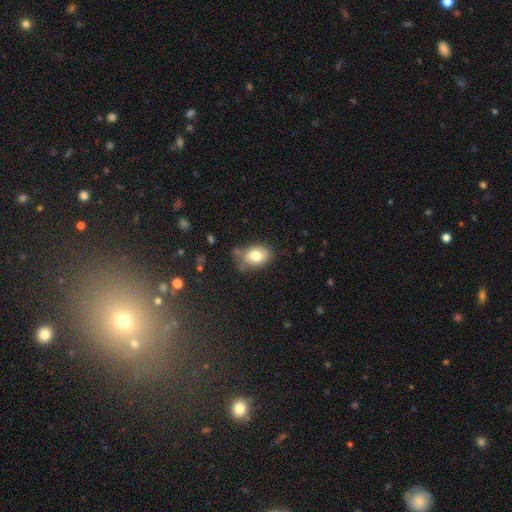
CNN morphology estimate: A smooth galaxy with no disk features (79%) that is in between round and cigar-shaped (76%). Merging: none (63%).